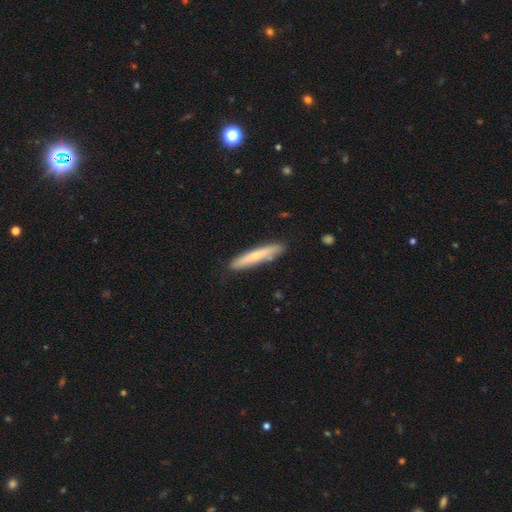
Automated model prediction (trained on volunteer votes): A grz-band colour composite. It shows a smooth galaxy with no disk features (55%) that is cigar-shaped (91%). Merging: none (88%).